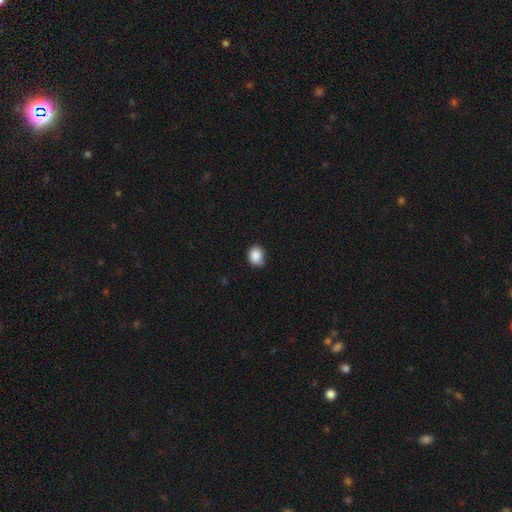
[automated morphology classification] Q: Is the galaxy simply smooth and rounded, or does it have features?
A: smooth — 88%.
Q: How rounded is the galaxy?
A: round — 58%.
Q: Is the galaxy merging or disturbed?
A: none — 69%.